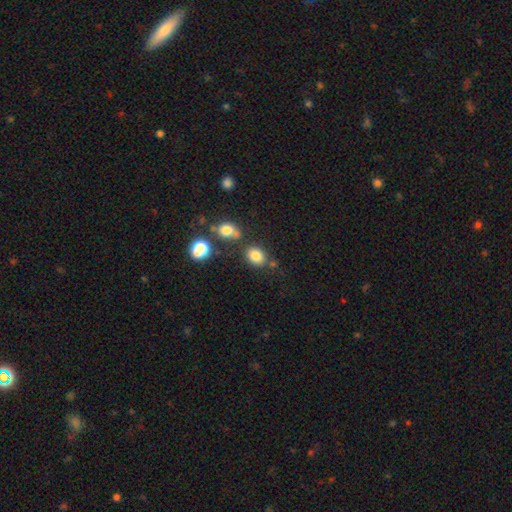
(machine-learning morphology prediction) Smooth or featured: smooth — 82% (star or artifact — 12%)
How rounded: in between — 58% (round — 41%)
Merging: none — 69% (minor disturbance — 13%)